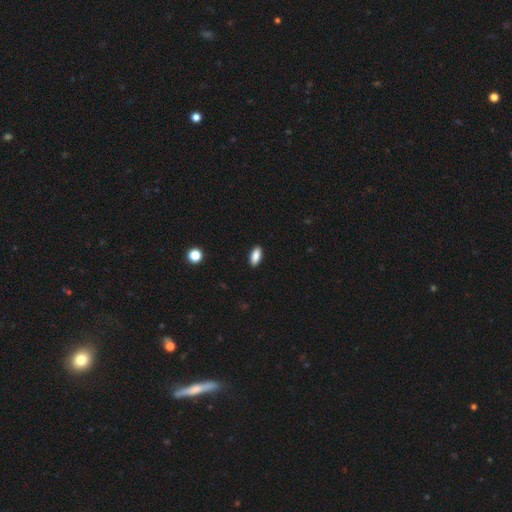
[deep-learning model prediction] smooth 87%, star or artifact 7%, featured or disk 6%. Down the decision tree: how rounded — in between (86%); merging — none (90%).